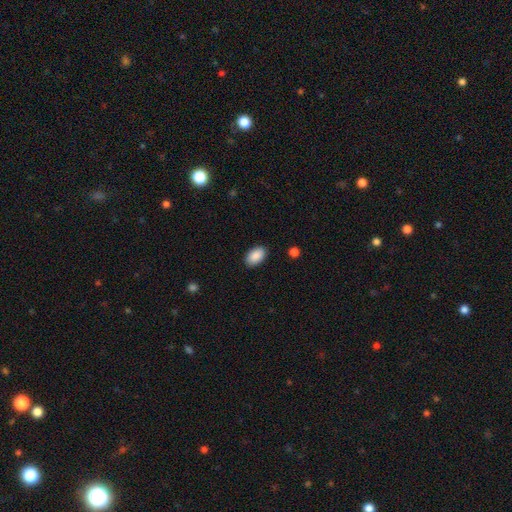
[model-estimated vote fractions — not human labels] This appears to be a smooth galaxy with no disk features (90%) that is in between round and cigar-shaped (93%). Merging: none (89%).